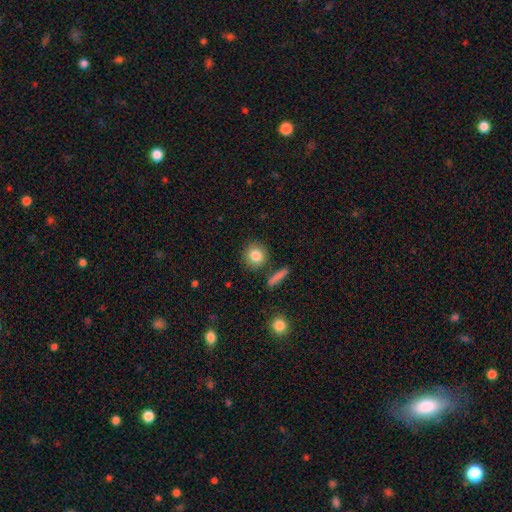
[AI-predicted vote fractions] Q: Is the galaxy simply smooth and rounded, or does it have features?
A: smooth — 84%.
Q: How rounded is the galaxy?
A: round — 82%.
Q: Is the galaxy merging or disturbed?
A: none — 84%.